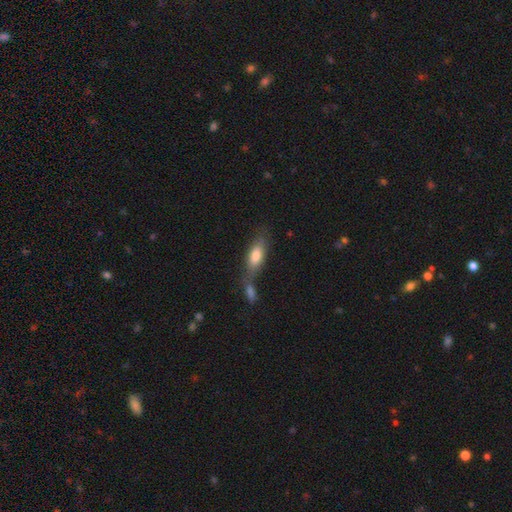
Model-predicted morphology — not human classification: This appears to be a smooth galaxy with no disk features (77%) that is in between round and cigar-shaped (73%). Merging: none (44%).